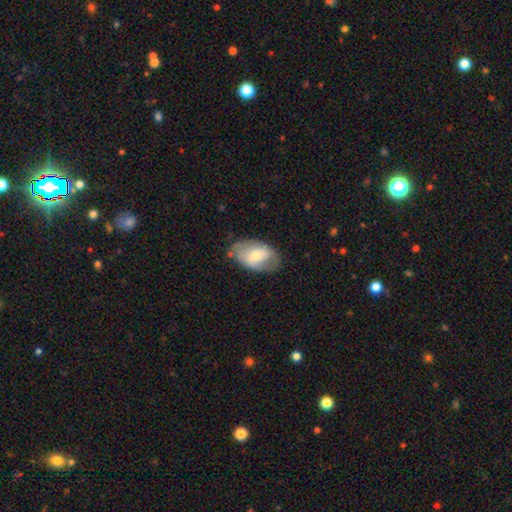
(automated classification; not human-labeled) Overall: smooth (55%; featured or disk 39%). How rounded: in between (90%). Merging: none (70%).